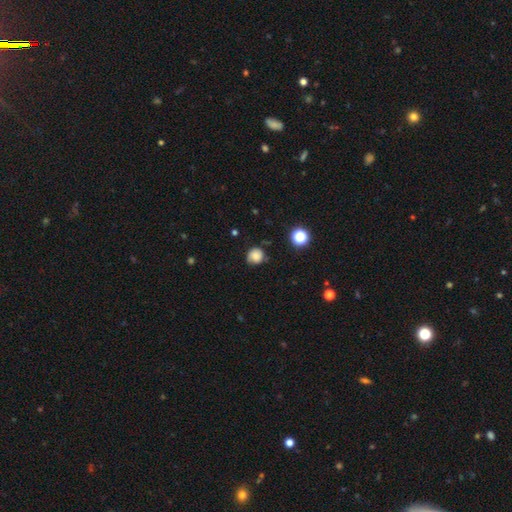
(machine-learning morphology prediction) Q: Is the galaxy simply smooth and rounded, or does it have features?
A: smooth — 79%.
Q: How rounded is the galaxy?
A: round — 85%.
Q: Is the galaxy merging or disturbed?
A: none — 70%.